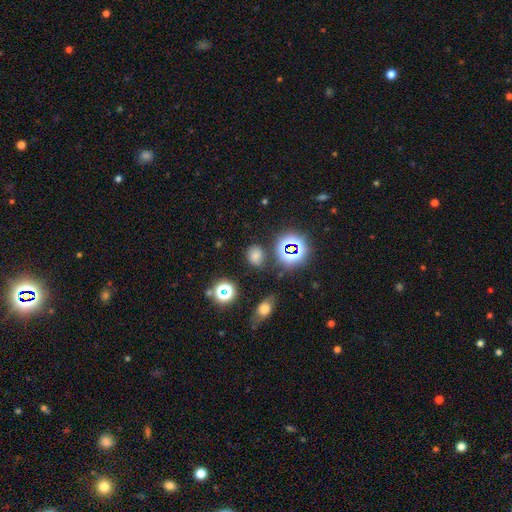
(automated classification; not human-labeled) This is likely a smooth galaxy (65%). How rounded: possibly round (58%). Merging: likely none (78%).